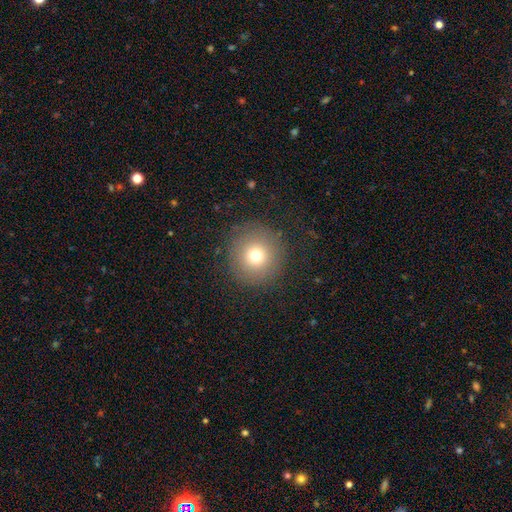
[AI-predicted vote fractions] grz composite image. It shows a smooth galaxy with no disk features (72%) that is round (95%). Merging: none (86%).